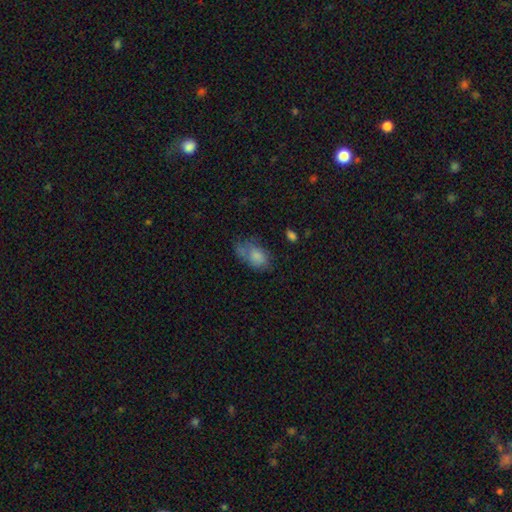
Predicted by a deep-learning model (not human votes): A smooth galaxy with no disk features (75%) that is in between round and cigar-shaped (87%). Merging: none (41%).